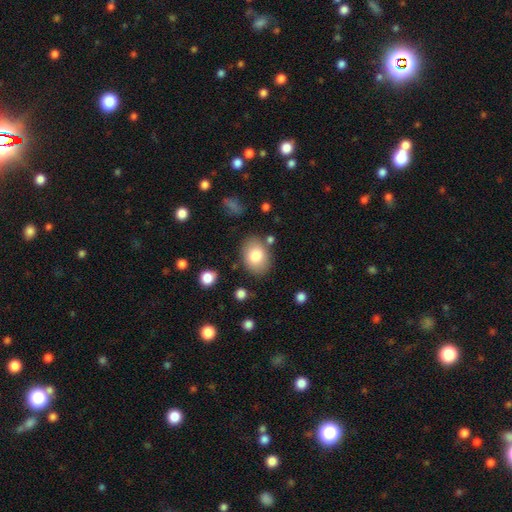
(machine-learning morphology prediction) Q: Smooth or featured?
A: smooth (79%); runner-up: featured or disk (13%)
Q: How rounded?
A: in between (71%); runner-up: round (28%)
Q: Merging?
A: none (80%); runner-up: minor disturbance (13%)